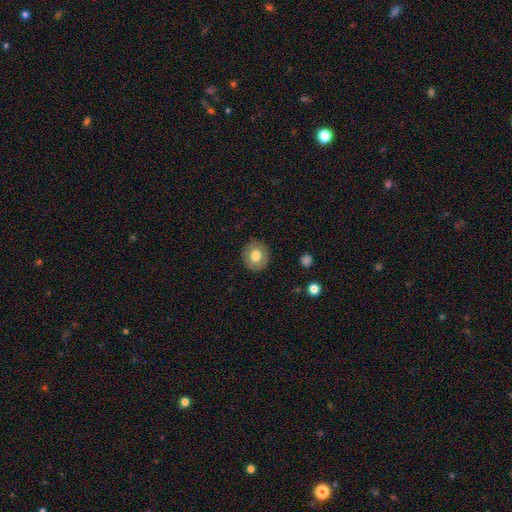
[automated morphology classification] This is likely a smooth galaxy (75%). How rounded: clearly round (83%). Merging: clearly none (89%).